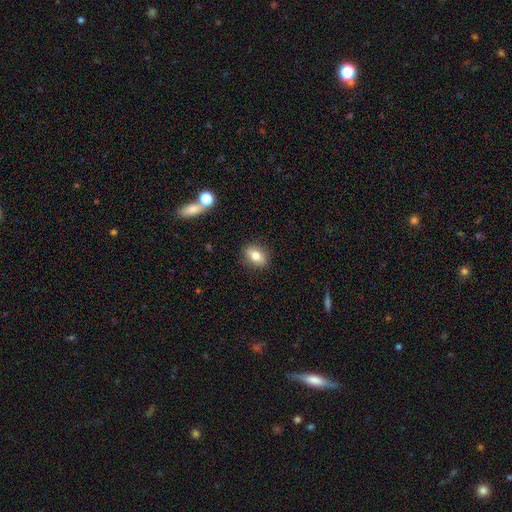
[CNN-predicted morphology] A smooth galaxy with no disk features (74%) that is in between round and cigar-shaped (72%).

Vote fractions:
- Smooth or featured? smooth: 74% / featured or disk: 17% / star or artifact: 9%
- How rounded? in between: 72% / round: 24% / cigar-shaped: 4%
- Merging? none: 87% / minor disturbance: 9% / major disturbance: 2% / merger: 1%